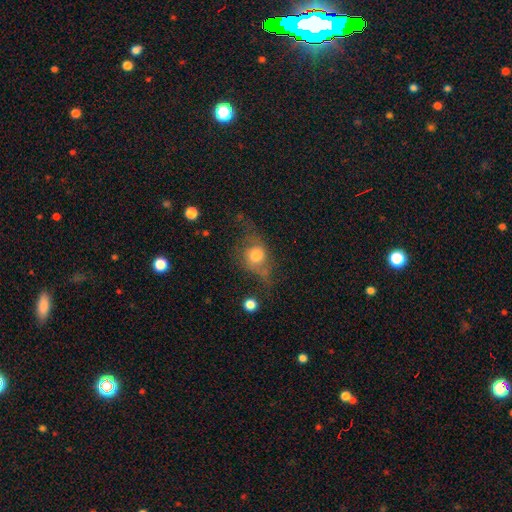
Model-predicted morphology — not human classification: A smooth galaxy with no disk features (56%) that is round (62%). Merging: none (37%).